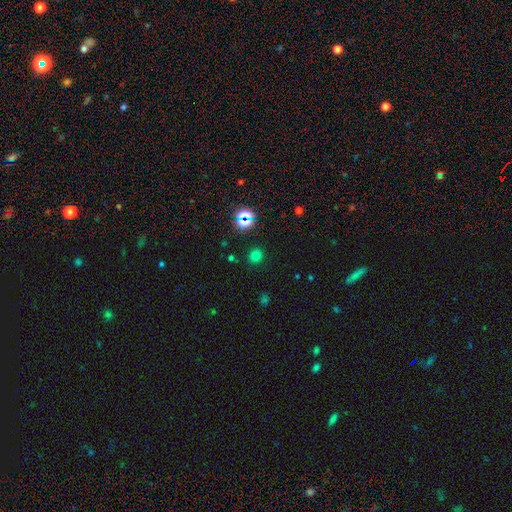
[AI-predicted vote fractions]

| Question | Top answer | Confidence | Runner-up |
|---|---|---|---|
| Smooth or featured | smooth | 69% | star or artifact (27%) |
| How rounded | round | 85% | in between (14%) |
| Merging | none | 87% | minor disturbance (8%) |